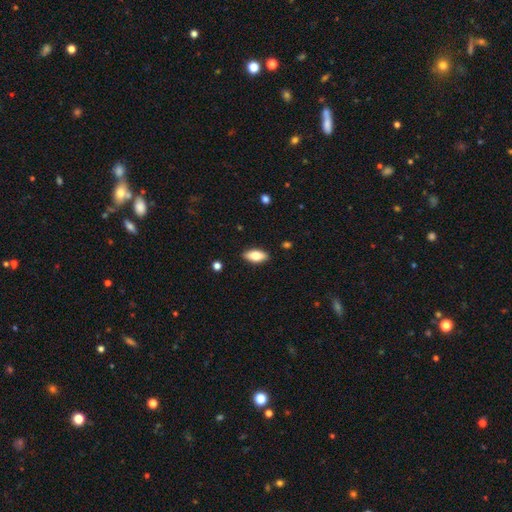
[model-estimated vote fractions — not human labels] Smooth or featured: smooth — 77% (featured or disk — 16%)
How rounded: in between — 88% (cigar-shaped — 9%)
Merging: none — 88% (minor disturbance — 9%)